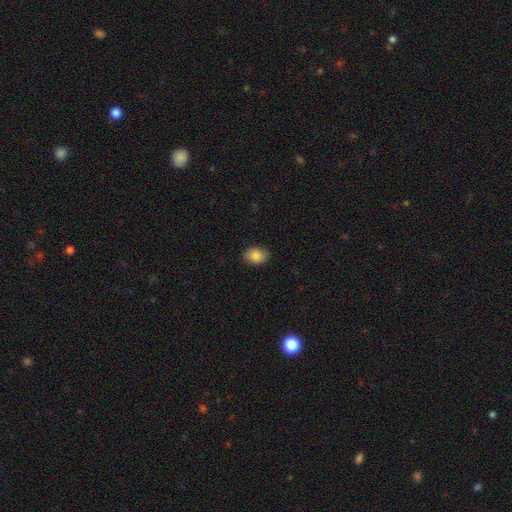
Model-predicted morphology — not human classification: Q: Smooth or featured?
A: smooth (86%); runner-up: star or artifact (8%)
Q: How rounded?
A: in between (79%); runner-up: round (20%)
Q: Merging?
A: none (89%); runner-up: minor disturbance (8%)